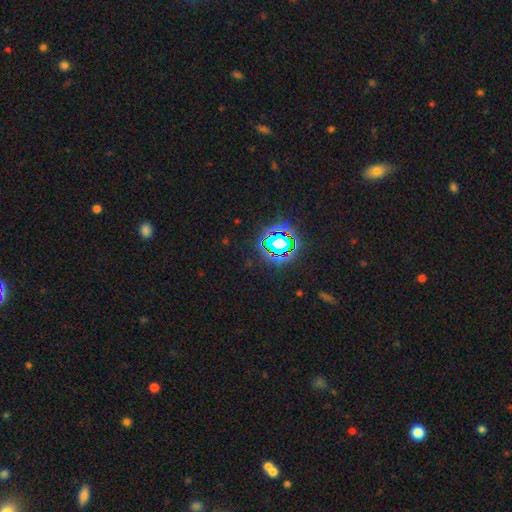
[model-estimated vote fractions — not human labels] A star or artifact, not a galaxy (79%).

Vote fractions:
- Smooth or featured? star or artifact: 79% / smooth: 13% / featured or disk: 7%